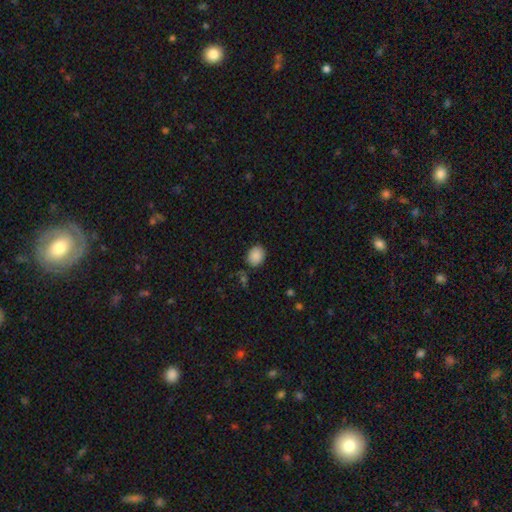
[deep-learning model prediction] Smooth or featured: smooth — 87% (star or artifact — 8%)
How rounded: round — 50% (tied with in between — 50%)
Merging: none — 82% (minor disturbance — 13%)